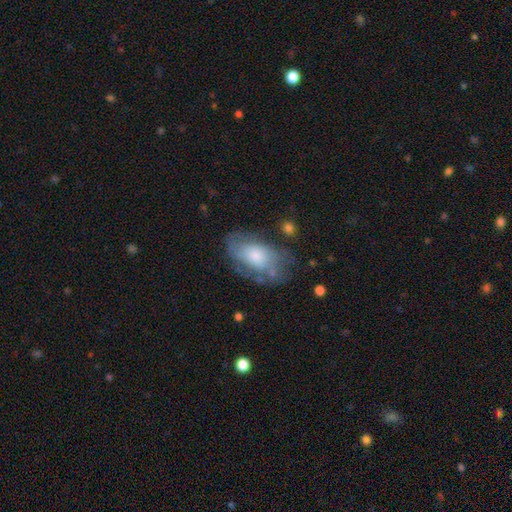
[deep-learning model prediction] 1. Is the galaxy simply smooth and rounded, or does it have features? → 47% featured or disk, 44% smooth, 8% star or artifact.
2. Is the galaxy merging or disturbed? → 58% none, 25% minor disturbance, 14% major disturbance, 3% merger.